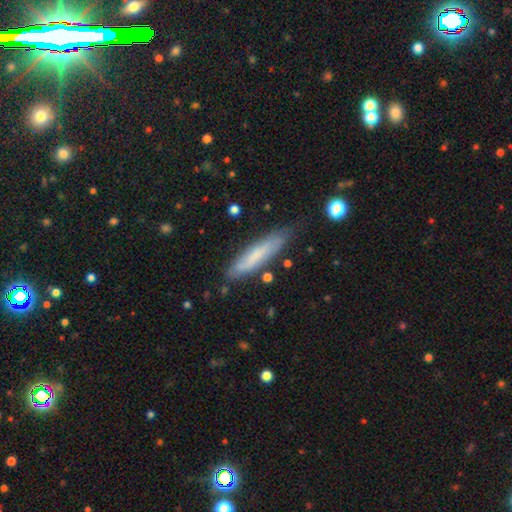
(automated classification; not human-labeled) This is likely a smooth galaxy (63%). How rounded: clearly cigar-shaped (83%). Merging: likely none (76%).